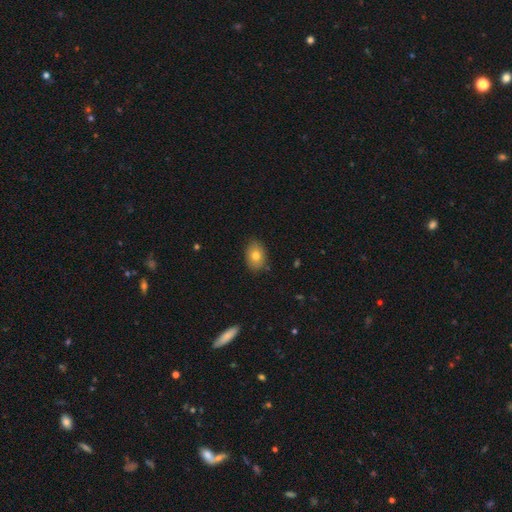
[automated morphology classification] Smooth or featured?
  - smooth: 78% *
  - featured or disk: 14%
  - star or artifact: 8%
How rounded?
  - in between: 78% *
  - round: 21%
  - cigar-shaped: 1%
Merging?
  - none: 84% *
  - minor disturbance: 13%
  - major disturbance: 2%
  - merger: 1%